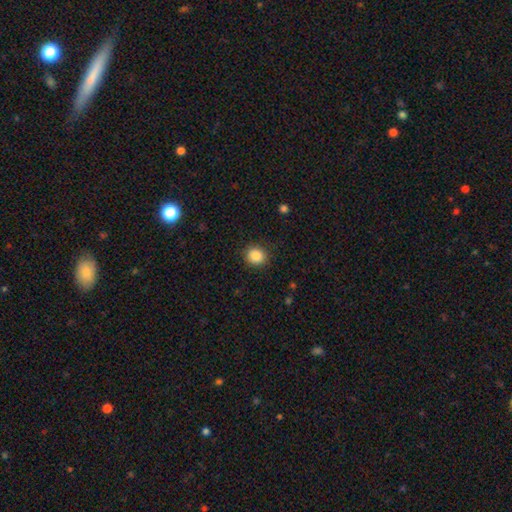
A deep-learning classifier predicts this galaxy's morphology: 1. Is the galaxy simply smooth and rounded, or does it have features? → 87% smooth, 9% star or artifact, 4% featured or disk.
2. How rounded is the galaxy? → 82% round, 17% in between, 1% cigar-shaped.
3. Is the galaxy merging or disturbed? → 89% none, 7% minor disturbance, 2% major disturbance, 1% merger.